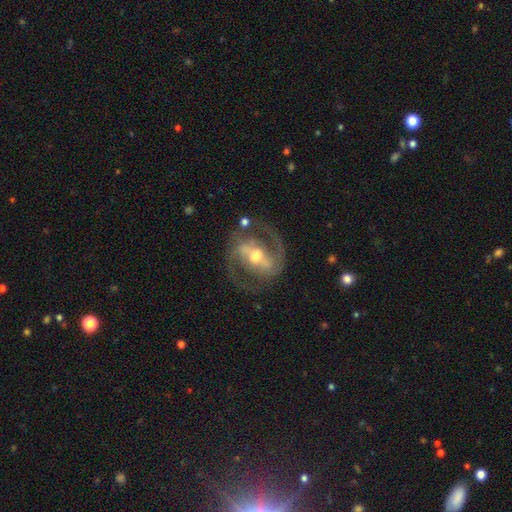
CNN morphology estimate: Smooth or featured?
  - featured or disk: 90% *
  - smooth: 5%
  - star or artifact: 5%
Edge-on disk?
  - no: 97% *
  - yes: 3%
Bar?
  - strong: 54% *
  - weak: 32%
  - no: 14%
Spiral arms?
  - yes: 95% *
  - no: 5%
Spiral winding?
  - medium: 60% *
  - tight: 25%
  - loose: 15%
Spiral arm count?
  - 2: 92% *
  - can't tell: 3%
  - 3: 2%
  - 1: 2%
  - 4: 1%
  - more than 4: 1%
Bulge size?
  - moderate: 66% *
  - small: 27%
  - large: 5%
  - none: 1%
  - dominant: 1%
Merging?
  - none: 78% *
  - minor disturbance: 12%
  - major disturbance: 7%
  - merger: 3%